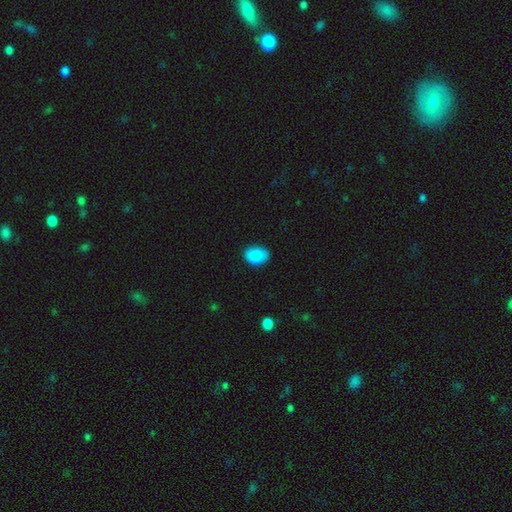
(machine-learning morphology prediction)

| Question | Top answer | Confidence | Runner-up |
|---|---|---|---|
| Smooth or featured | smooth | 87% | star or artifact (7%) |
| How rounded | in between | 68% | round (31%) |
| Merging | none | 78% | minor disturbance (17%) |